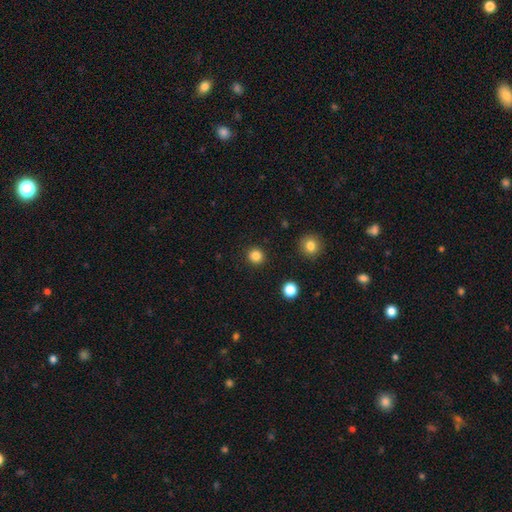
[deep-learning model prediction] Q: Smooth or featured?
A: smooth (84%); runner-up: star or artifact (12%)
Q: How rounded?
A: round (94%); runner-up: in between (5%)
Q: Merging?
A: none (92%); runner-up: minor disturbance (5%)